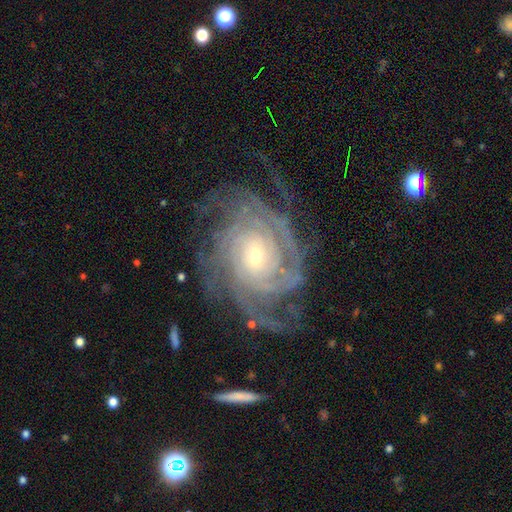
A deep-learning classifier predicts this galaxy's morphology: Q: Smooth or featured?
A: featured or disk (91%); runner-up: star or artifact (5%)
Q: Edge-on disk?
A: no (97%); runner-up: yes (3%)
Q: Bar?
A: no (68%); runner-up: weak (23%)
Q: Spiral arms?
A: yes (98%); runner-up: no (2%)
Q: Spiral winding?
A: tight (76%); runner-up: medium (20%)
Q: Spiral arm count?
A: 4 (25%); runner-up: can't tell (22%)
Q: Bulge size?
A: small (68%); runner-up: moderate (28%)
Q: Merging?
A: none (71%); runner-up: minor disturbance (17%)